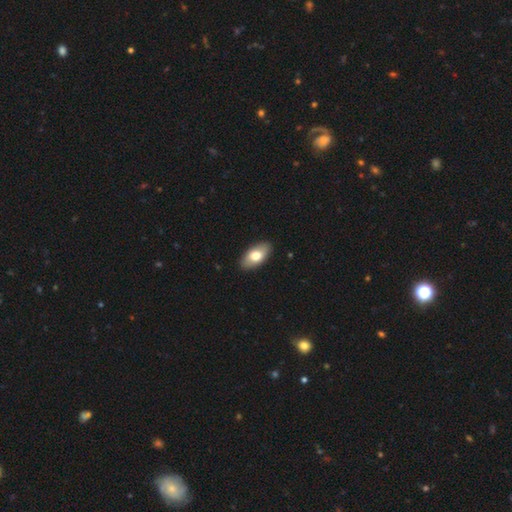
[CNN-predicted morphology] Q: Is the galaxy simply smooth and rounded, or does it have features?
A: smooth — 74%.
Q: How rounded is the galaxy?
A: in between — 93%.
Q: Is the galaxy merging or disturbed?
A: none — 89%.